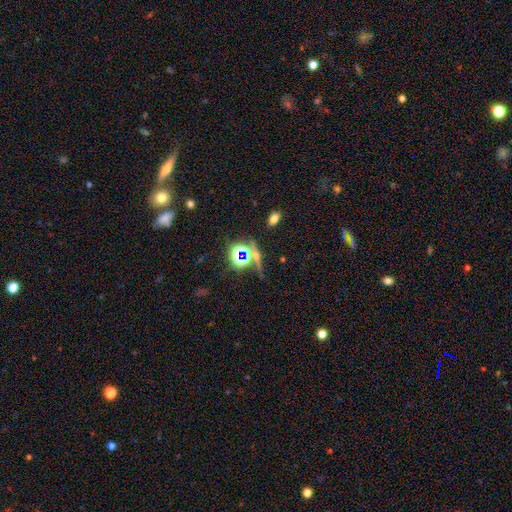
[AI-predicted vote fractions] This appears to be a star or artifact, not a galaxy (63%).